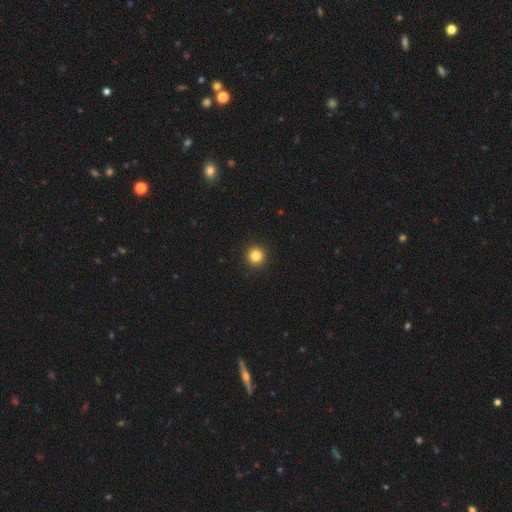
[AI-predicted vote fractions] Smooth or featured: smooth — 84% (star or artifact — 11%)
How rounded: round — 95% (in between — 4%)
Merging: none — 94% (minor disturbance — 4%)